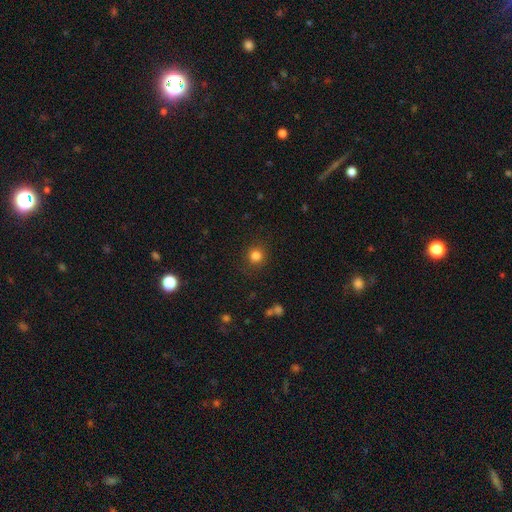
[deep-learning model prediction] smooth_or_featured: smooth (p=0.82) [alt: star or artifact p=0.13]
how_rounded: round (p=0.90) [alt: in between p=0.09]
merging: none (p=0.87) [alt: minor disturbance p=0.08]